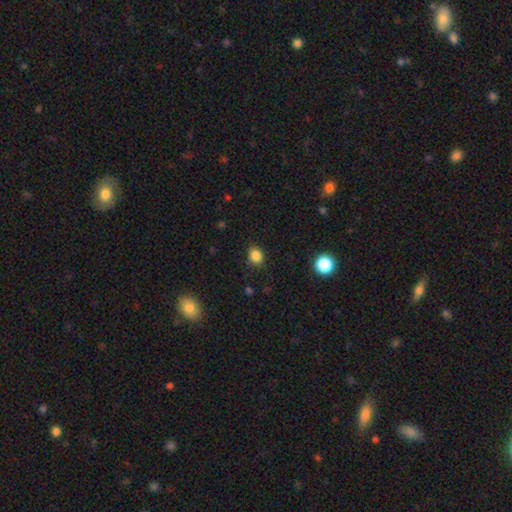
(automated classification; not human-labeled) Overall: smooth (85%). How rounded: round (58%; in between 41%). Merging: none (84%).